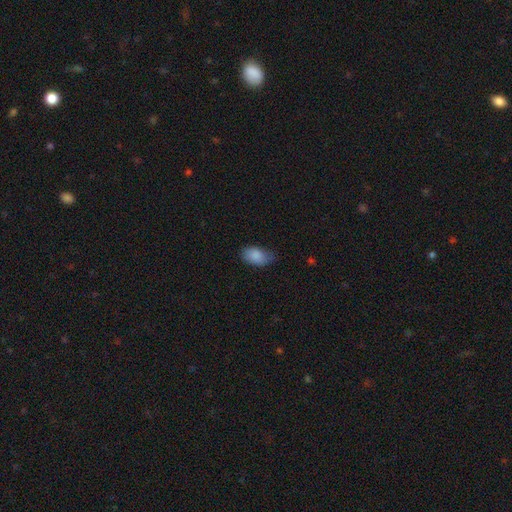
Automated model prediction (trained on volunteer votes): Q: Smooth or featured?
A: smooth (86%); runner-up: star or artifact (7%)
Q: How rounded?
A: in between (90%); runner-up: round (8%)
Q: Merging?
A: none (60%); runner-up: minor disturbance (31%)